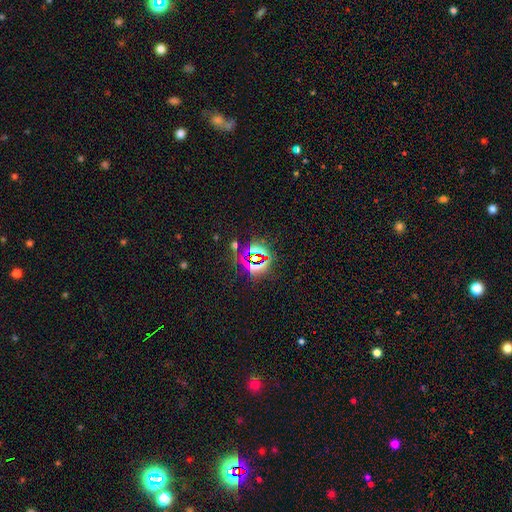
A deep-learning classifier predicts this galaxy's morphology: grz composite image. It shows a star or artifact, not a galaxy (78%).